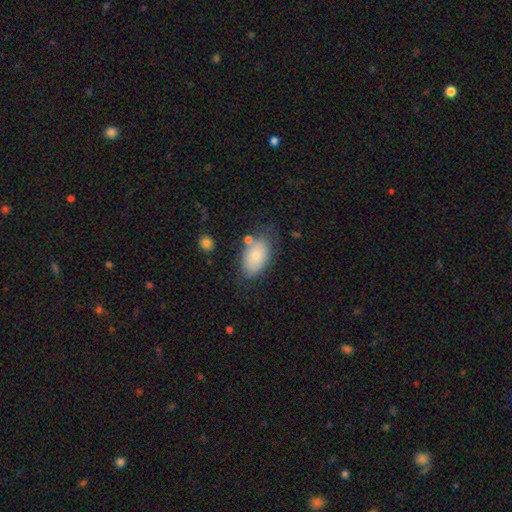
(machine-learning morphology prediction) Smooth or featured?
  - smooth: 76% *
  - featured or disk: 17%
  - star or artifact: 7%
How rounded?
  - in between: 92% *
  - round: 7%
  - cigar-shaped: 1%
Merging?
  - none: 69% *
  - minor disturbance: 19%
  - major disturbance: 6%
  - merger: 6%